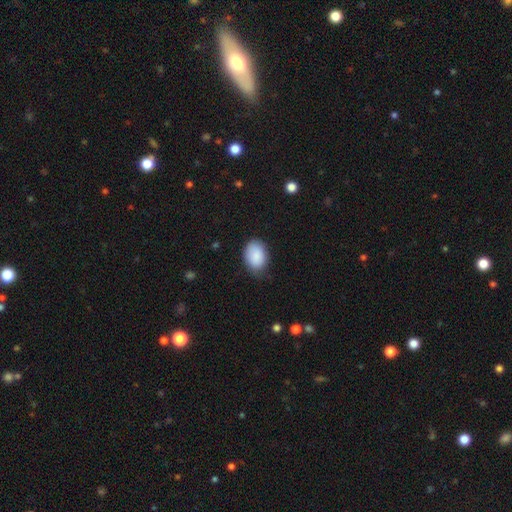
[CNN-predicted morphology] type=smooth (89%); roundness=in between (82%); merging=none (71%).